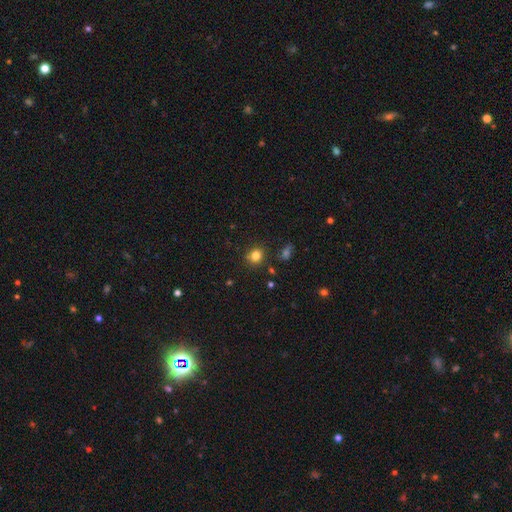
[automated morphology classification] A smooth galaxy with no disk features (80%) that is round (79%).

Vote fractions:
- Smooth or featured? smooth: 80% / star or artifact: 14% / featured or disk: 6%
- How rounded? round: 79% / in between: 20% / cigar-shaped: 1%
- Merging? none: 83% / minor disturbance: 10% / merger: 4% / major disturbance: 3%